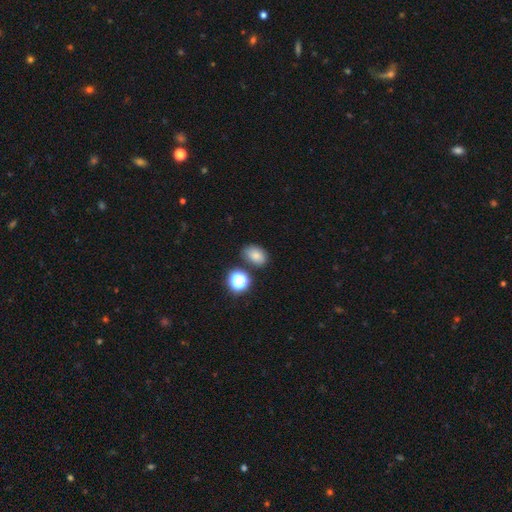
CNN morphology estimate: Smooth or featured? smooth (77%)
How rounded? in between (78%)
Merging? none (75%)